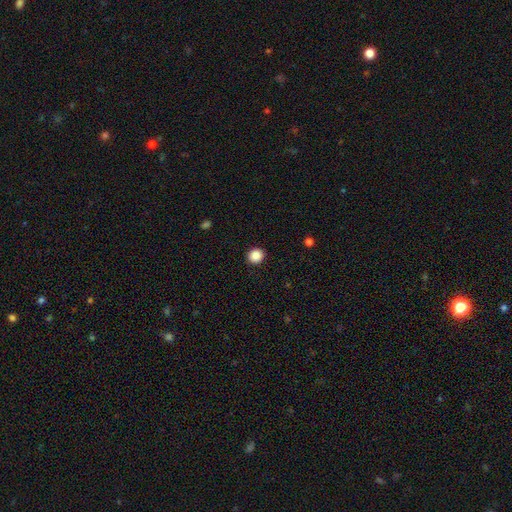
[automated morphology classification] Smooth or featured? smooth (87%)
How rounded? round (89%)
Merging? none (93%)